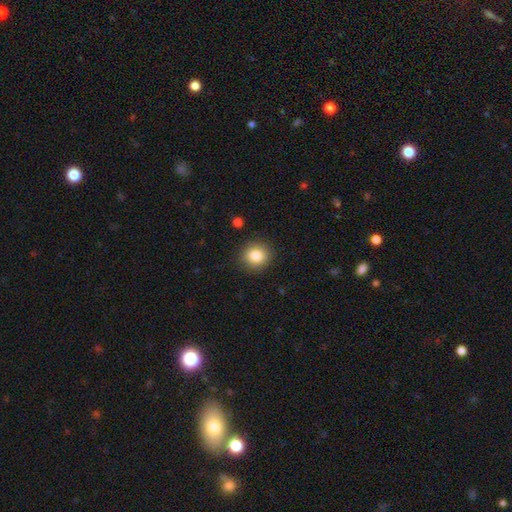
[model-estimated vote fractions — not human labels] Overall: smooth (85%). How rounded: round (82%). Merging: none (89%).